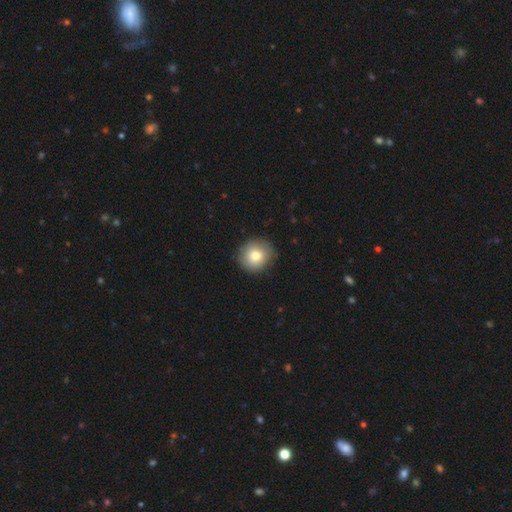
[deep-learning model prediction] Smooth or featured? Predicted: smooth (p=0.78). How rounded? Predicted: round (p=0.90). Merging? Predicted: none (p=0.89).